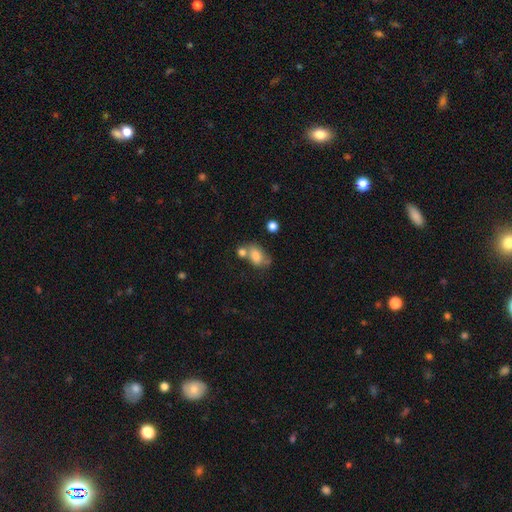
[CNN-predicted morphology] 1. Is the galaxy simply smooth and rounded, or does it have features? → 76% smooth, 13% featured or disk, 10% star or artifact.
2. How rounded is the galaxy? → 80% in between, 18% round, 2% cigar-shaped.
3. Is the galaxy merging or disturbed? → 36% none, 34% merger, 19% minor disturbance, 11% major disturbance.